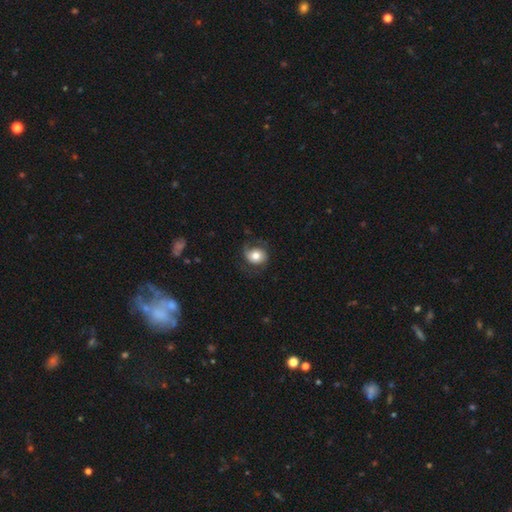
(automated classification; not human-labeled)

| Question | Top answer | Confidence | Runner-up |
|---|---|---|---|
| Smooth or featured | smooth | 57% | featured or disk (35%) |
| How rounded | round | 65% | in between (34%) |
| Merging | none | 61% | minor disturbance (21%) |